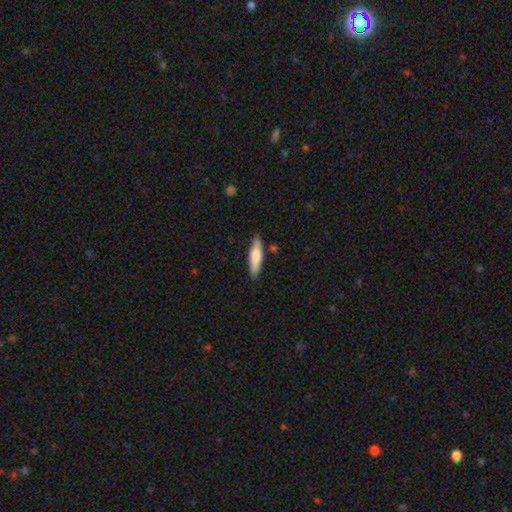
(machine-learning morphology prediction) A smooth galaxy with no disk features (69%) that is cigar-shaped (71%). Merging: none (85%).